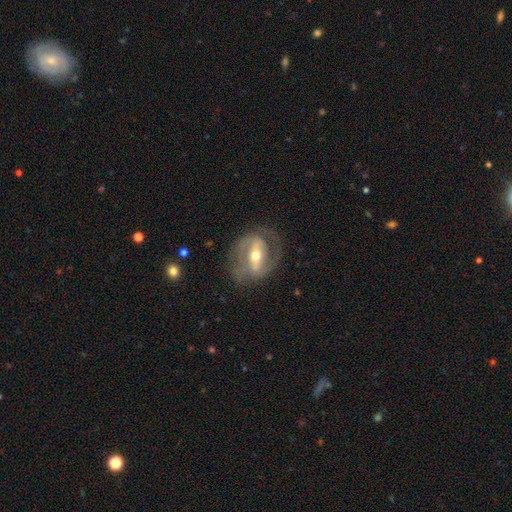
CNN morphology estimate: Smooth or featured: featured or disk — 80% (smooth — 15%)
Edge-on disk: no — 92% (yes — 8%)
Bar: strong — 58% (weak — 28%)
Spiral arms: yes — 71% (no — 29%)
Spiral winding: medium — 45% (tight — 35%)
Spiral arm count: 2 — 76% (can't tell — 12%)
Bulge size: moderate — 69% (small — 24%)
Merging: none — 67% (minor disturbance — 17%)